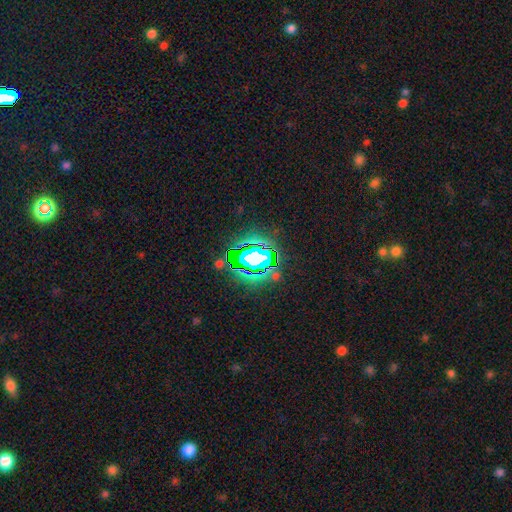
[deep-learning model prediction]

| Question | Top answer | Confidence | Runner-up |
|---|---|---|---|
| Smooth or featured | star or artifact | 73% | smooth (14%) |